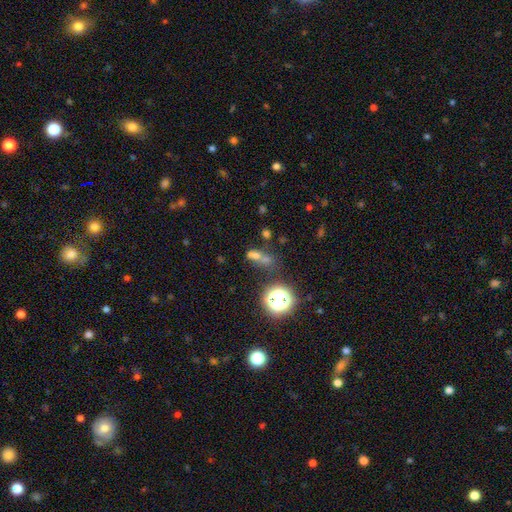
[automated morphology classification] A smooth galaxy with no disk features (55%) that is round (47%).

Vote fractions:
- Smooth or featured? smooth: 55% / star or artifact: 29% / featured or disk: 16%
- How rounded? round: 47% / in between: 46% / cigar-shaped: 7%
- Merging? merger: 43% / none: 38% / minor disturbance: 10% / major disturbance: 9%